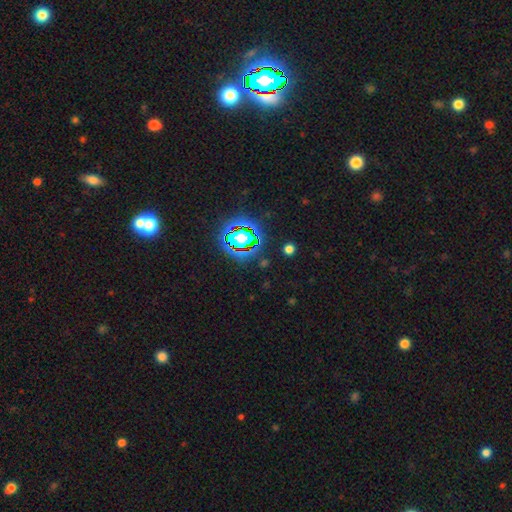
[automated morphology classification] Smooth or featured? Predicted: star or artifact (p=0.81).